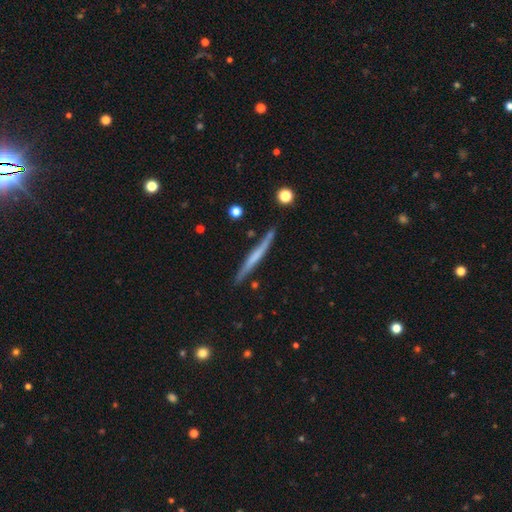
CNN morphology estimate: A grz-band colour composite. It shows a featured or disk galaxy (52%) viewed edge-on (96%) with no central bulge (75%). Merging: none (86%).